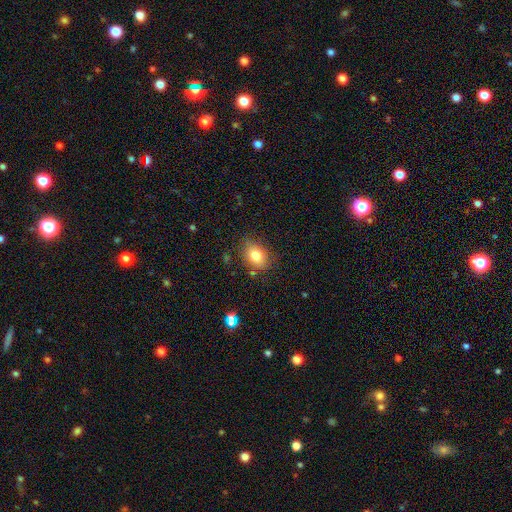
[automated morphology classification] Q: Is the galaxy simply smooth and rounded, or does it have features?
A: smooth — 81%.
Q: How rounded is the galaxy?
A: in between — 74%.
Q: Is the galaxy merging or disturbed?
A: none — 79%.